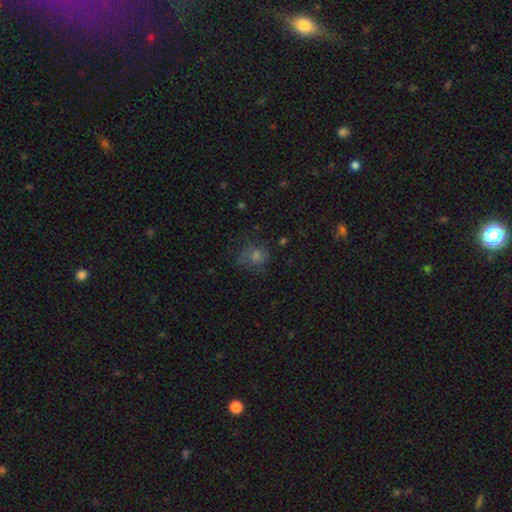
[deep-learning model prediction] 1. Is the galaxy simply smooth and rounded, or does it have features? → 57% smooth, 24% star or artifact, 19% featured or disk.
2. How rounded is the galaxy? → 72% round, 27% in between, 1% cigar-shaped.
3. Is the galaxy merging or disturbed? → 57% none, 22% minor disturbance, 18% major disturbance, 3% merger.